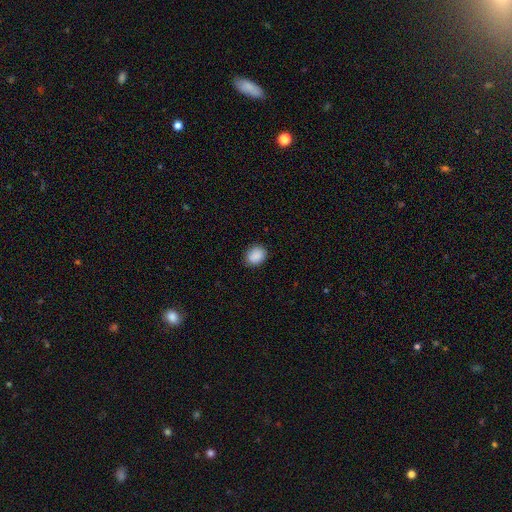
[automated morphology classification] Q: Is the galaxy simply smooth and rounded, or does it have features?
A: smooth — 89%.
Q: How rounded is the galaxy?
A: round — 54%.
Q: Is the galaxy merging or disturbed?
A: none — 87%.